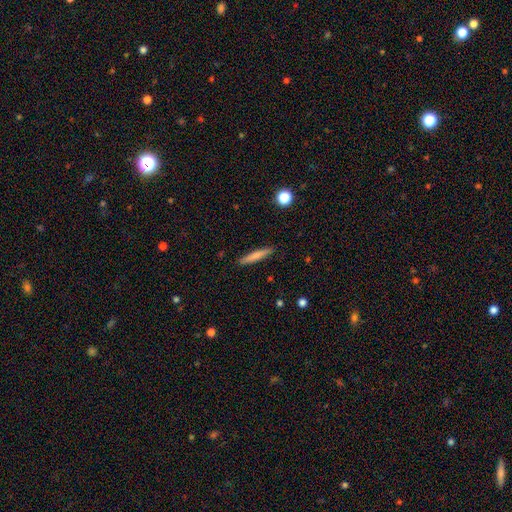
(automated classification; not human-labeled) Overall: smooth (76%). How rounded: cigar-shaped (93%). Merging: none (89%).